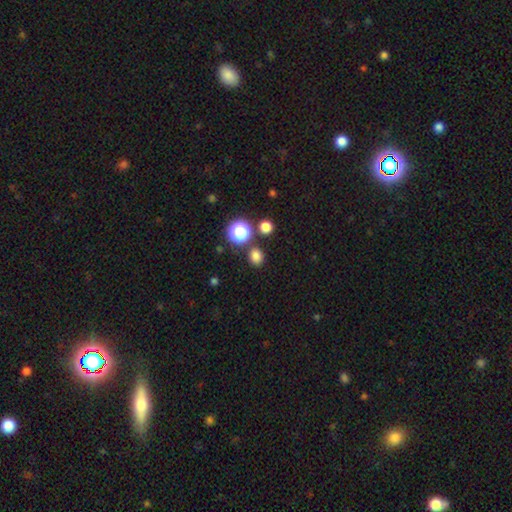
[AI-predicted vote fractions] Overall: smooth (78%). How rounded: round (73%). Merging: none (81%).